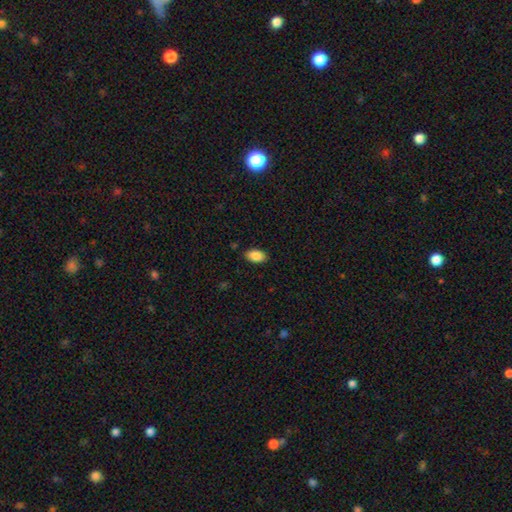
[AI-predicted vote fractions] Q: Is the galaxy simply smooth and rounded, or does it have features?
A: smooth — 87%.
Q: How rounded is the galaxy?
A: in between — 93%.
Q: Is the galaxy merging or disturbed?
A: none — 87%.